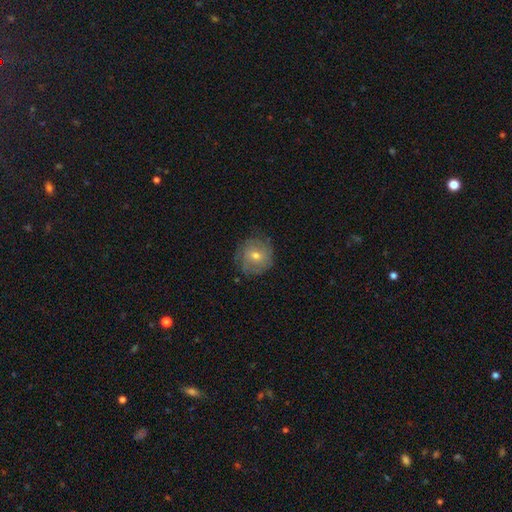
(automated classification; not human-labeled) Smooth or featured? featured or disk (50%)
Merging? none (77%)